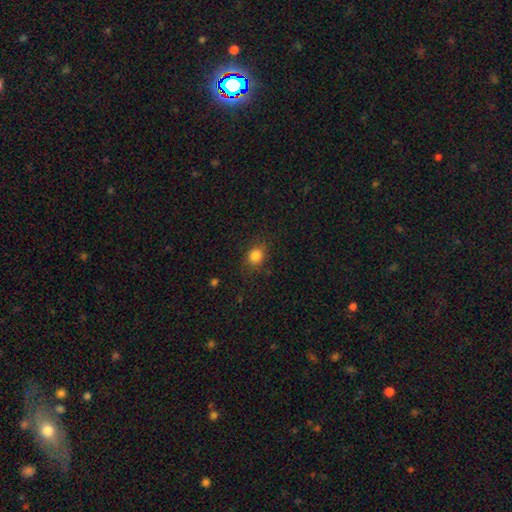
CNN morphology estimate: This is clearly a smooth galaxy (84%). How rounded: likely round (62%). Merging: clearly none (80%).